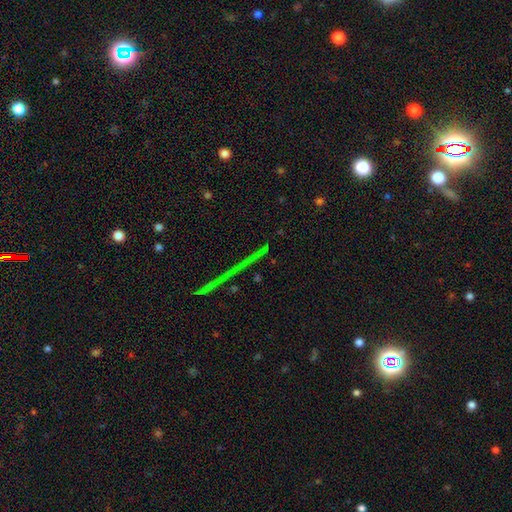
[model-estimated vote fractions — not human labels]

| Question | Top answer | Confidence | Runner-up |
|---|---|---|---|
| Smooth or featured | star or artifact | 57% | featured or disk (27%) |